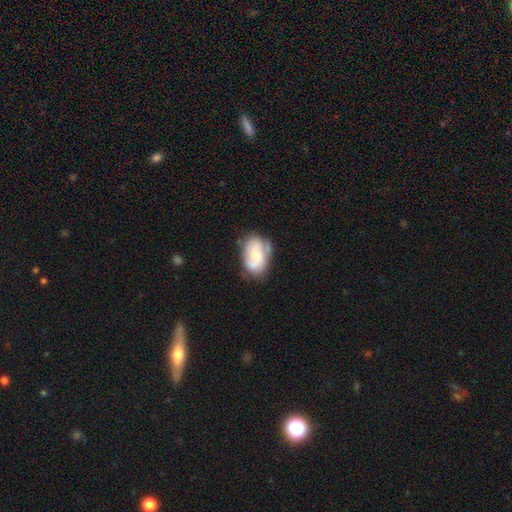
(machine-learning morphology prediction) Smooth or featured: smooth — 51% (featured or disk — 42%)
How rounded: in between — 88% (round — 10%)
Merging: none — 49% (minor disturbance — 30%)